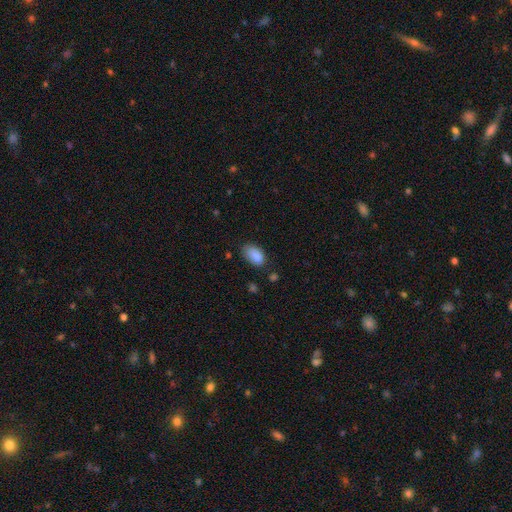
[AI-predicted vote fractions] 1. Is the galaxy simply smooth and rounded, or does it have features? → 87% smooth, 8% star or artifact, 5% featured or disk.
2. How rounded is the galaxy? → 92% in between, 6% round, 2% cigar-shaped.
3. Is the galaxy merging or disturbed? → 65% none, 27% minor disturbance, 6% major disturbance, 3% merger.